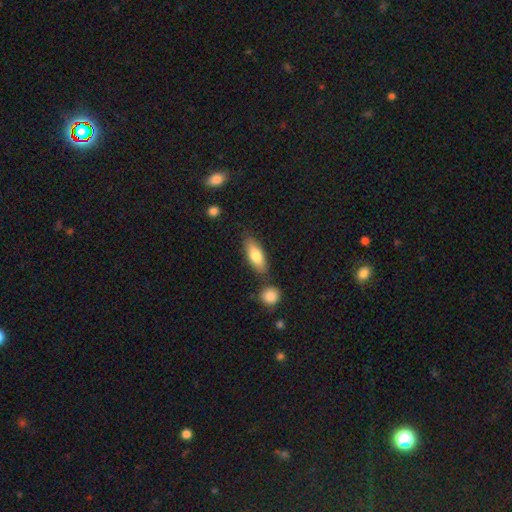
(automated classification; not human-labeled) This appears to be a smooth galaxy with no disk features (77%) that is in between round and cigar-shaped (72%). Merging: none (76%).